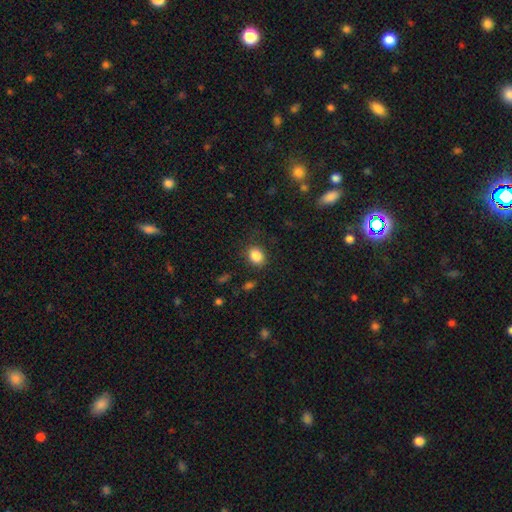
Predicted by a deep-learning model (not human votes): Q: Smooth or featured?
A: smooth (86%); runner-up: star or artifact (10%)
Q: How rounded?
A: in between (56%); runner-up: round (43%)
Q: Merging?
A: none (82%); runner-up: minor disturbance (12%)